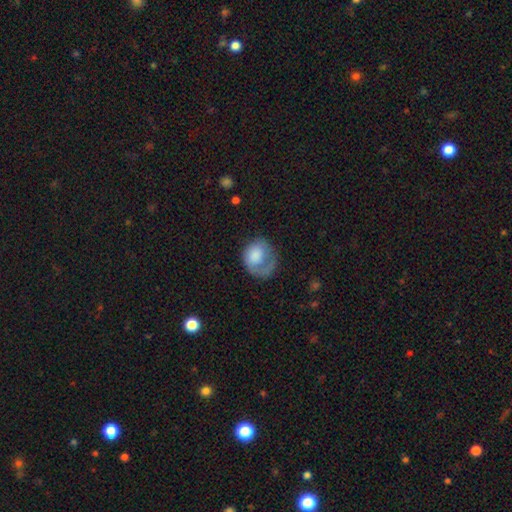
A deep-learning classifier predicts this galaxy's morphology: This is likely a smooth galaxy (65%). How rounded: likely round (65%). Merging: marginally major disturbance (38%).